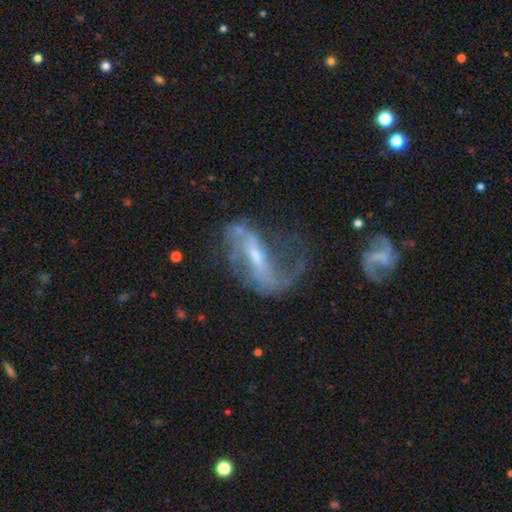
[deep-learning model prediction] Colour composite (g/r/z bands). It shows a featured or disk galaxy (79%) with a strong bar (39%), 2 (65%) loose (70%) spiral arms (81%) and a small central bulge (58%). Merging: major disturbance (38%).